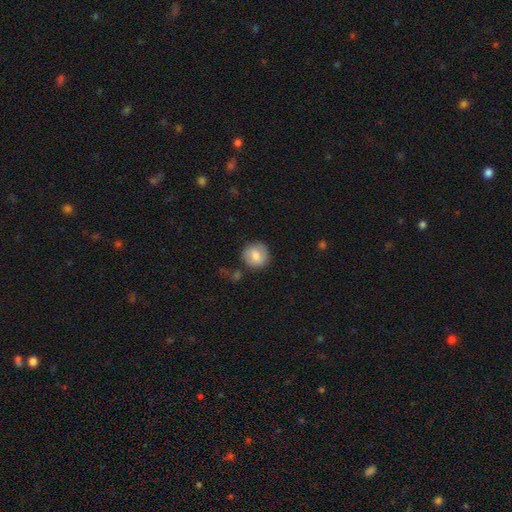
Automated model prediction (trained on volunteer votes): Smooth or featured?
  - smooth: 73% *
  - featured or disk: 19%
  - star or artifact: 8%
How rounded?
  - round: 89% *
  - in between: 10%
  - cigar-shaped: 1%
Merging?
  - none: 77% *
  - minor disturbance: 14%
  - major disturbance: 4%
  - merger: 4%